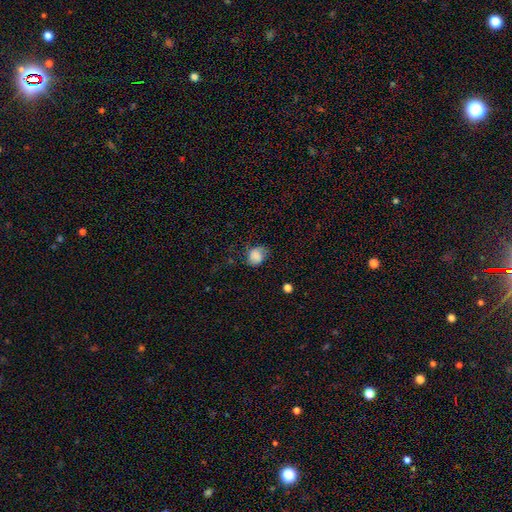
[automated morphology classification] smooth_or_featured: smooth (p=0.73) [alt: featured or disk p=0.17]
how_rounded: round (p=0.62) [alt: in between p=0.37]
merging: none (p=0.53) [alt: minor disturbance p=0.30]